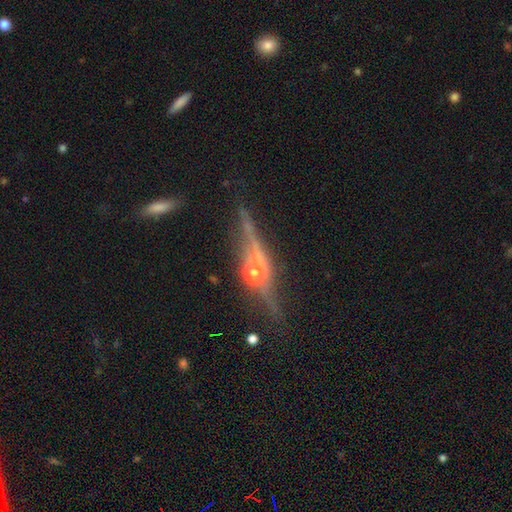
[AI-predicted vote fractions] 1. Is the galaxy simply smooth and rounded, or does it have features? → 71% featured or disk, 15% star or artifact, 14% smooth.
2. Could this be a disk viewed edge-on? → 90% yes, 10% no.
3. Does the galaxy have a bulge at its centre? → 88% rounded, 7% none, 5% boxy.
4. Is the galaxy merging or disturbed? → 77% none, 13% minor disturbance, 6% major disturbance, 4% merger.